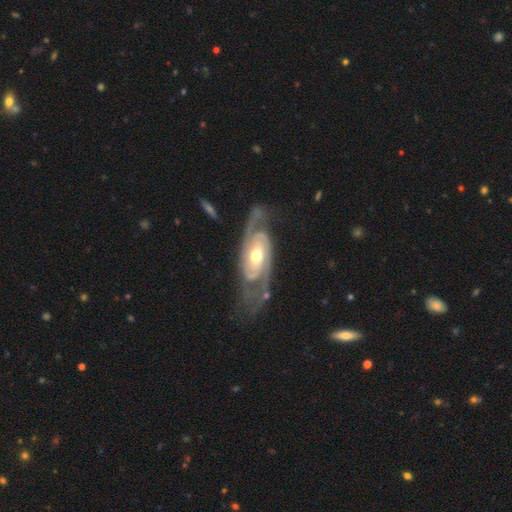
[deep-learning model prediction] Morphology: type=featured or disk (91%); edge-on=no (95%); bar=no (57%); spiral arms=yes (97%); winding=tight (51%); arm count=2 (86%); bulge=moderate (69%); merging=none (68%).